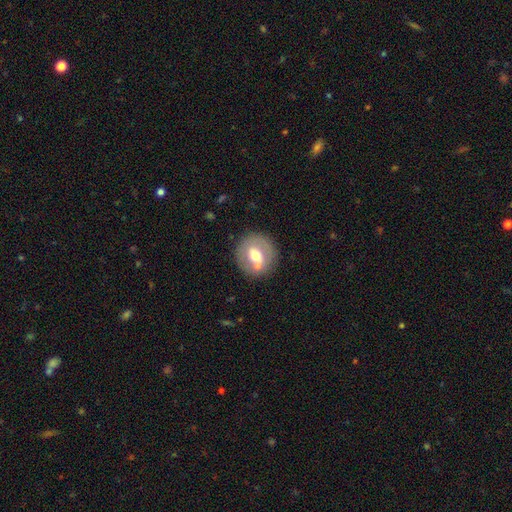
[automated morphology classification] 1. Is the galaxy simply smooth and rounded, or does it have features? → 52% smooth, 41% featured or disk, 7% star or artifact.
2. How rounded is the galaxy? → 86% round, 13% in between, 1% cigar-shaped.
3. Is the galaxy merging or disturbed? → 74% none, 12% minor disturbance, 11% merger, 4% major disturbance.